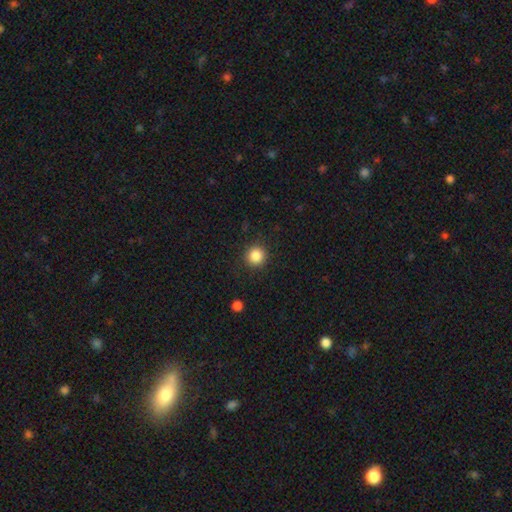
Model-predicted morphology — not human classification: Smooth or featured?
  - smooth: 86% *
  - star or artifact: 11%
  - featured or disk: 4%
How rounded?
  - round: 94% *
  - in between: 5%
  - cigar-shaped: 1%
Merging?
  - none: 90% *
  - minor disturbance: 6%
  - major disturbance: 2%
  - merger: 1%